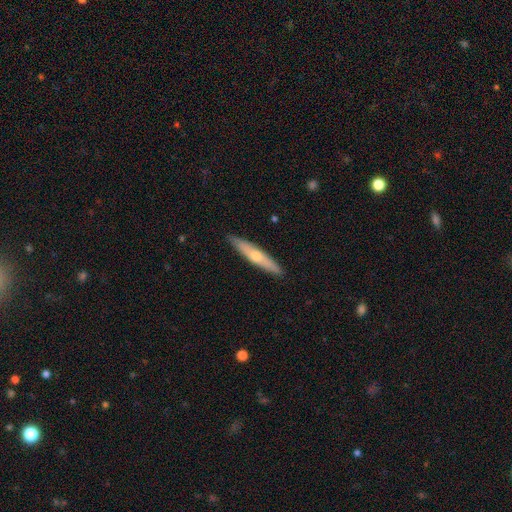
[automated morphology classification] smooth_or_featured: smooth (p=0.47) [tied with: featured or disk p=0.47]
merging: none (p=0.90) [alt: minor disturbance p=0.07]